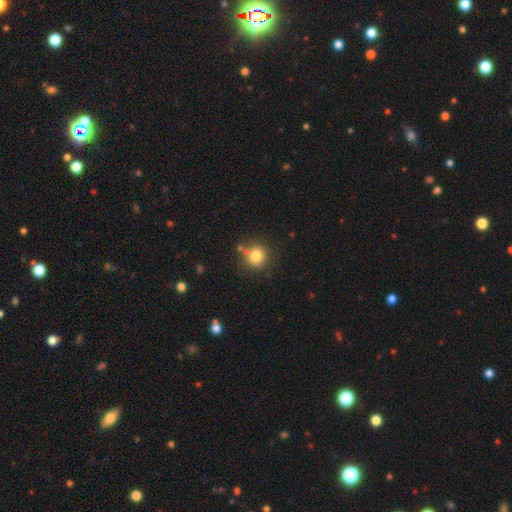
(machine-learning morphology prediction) smooth-or-featured: smooth: 81% | star or artifact: 11% | featured or disk: 7%
  how-rounded: round: 90% | in between: 9% | cigar-shaped: 1%
  merging: none: 76% | minor disturbance: 12% | merger: 8% | major disturbance: 4%